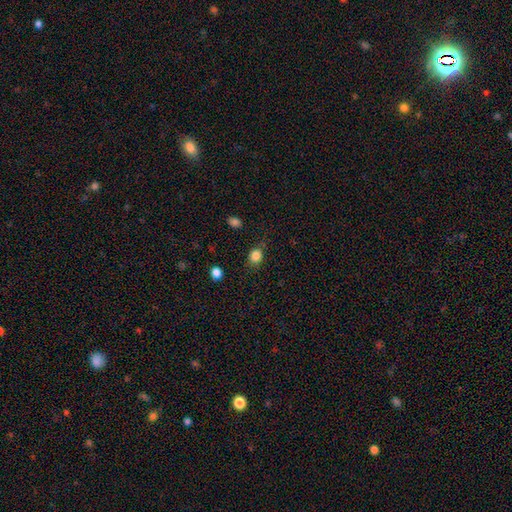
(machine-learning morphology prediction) Smooth or featured?
  - smooth: 84% *
  - star or artifact: 11%
  - featured or disk: 5%
How rounded?
  - round: 63% *
  - in between: 35%
  - cigar-shaped: 1%
Merging?
  - none: 76% *
  - minor disturbance: 17%
  - major disturbance: 5%
  - merger: 3%